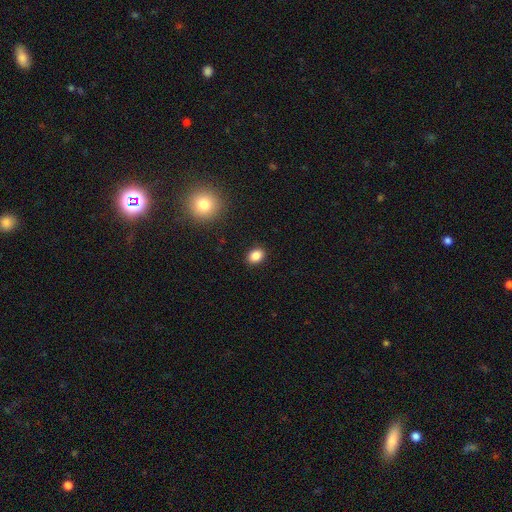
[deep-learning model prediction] A smooth galaxy with no disk features (86%) that is in between round and cigar-shaped (62%). Merging: none (90%).